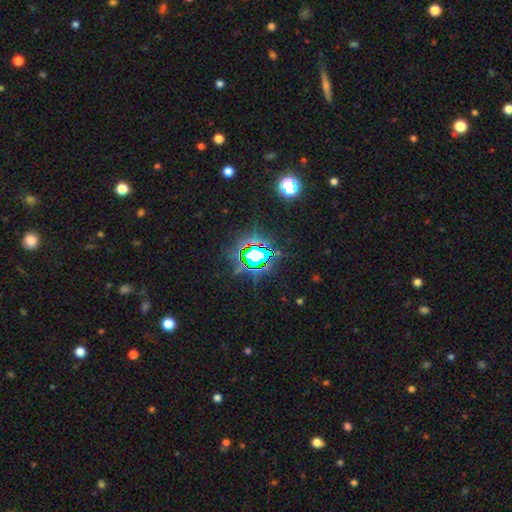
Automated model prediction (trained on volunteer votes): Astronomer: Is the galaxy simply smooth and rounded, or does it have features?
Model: star or artifact — 78%.